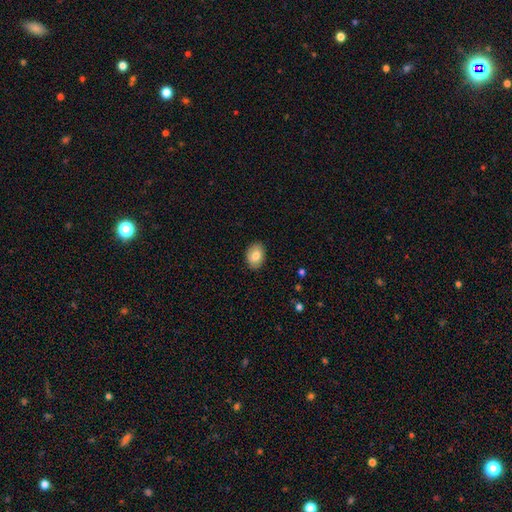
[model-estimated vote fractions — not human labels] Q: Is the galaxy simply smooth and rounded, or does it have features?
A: smooth — 80%.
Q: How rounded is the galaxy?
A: in between — 75%.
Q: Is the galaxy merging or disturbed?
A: none — 88%.